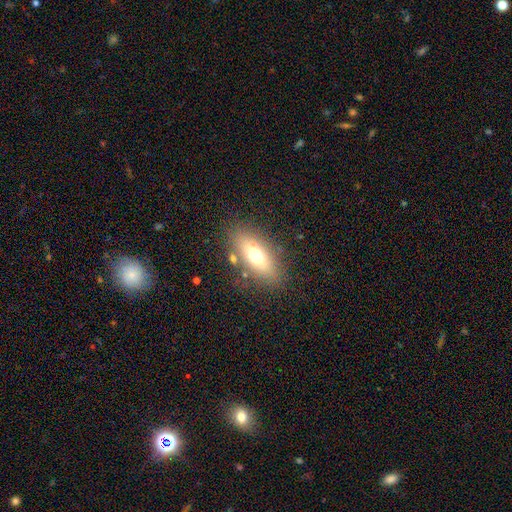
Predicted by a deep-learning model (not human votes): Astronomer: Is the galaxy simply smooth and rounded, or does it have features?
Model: smooth — 63%.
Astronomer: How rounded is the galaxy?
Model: in between — 76%.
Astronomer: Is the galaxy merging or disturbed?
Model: none — 78%.